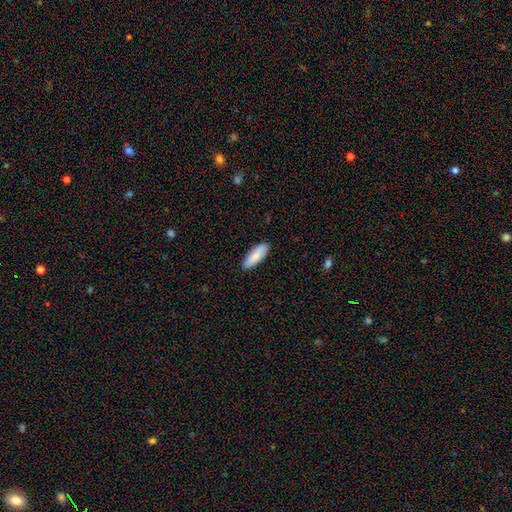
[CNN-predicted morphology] A smooth galaxy with no disk features (84%) that is in between round and cigar-shaped (58%).

Vote fractions:
- Smooth or featured? smooth: 84% / featured or disk: 11% / star or artifact: 5%
- How rounded? in between: 58% / cigar-shaped: 40% / round: 2%
- Merging? none: 89% / minor disturbance: 9% / major disturbance: 2% / merger: 1%